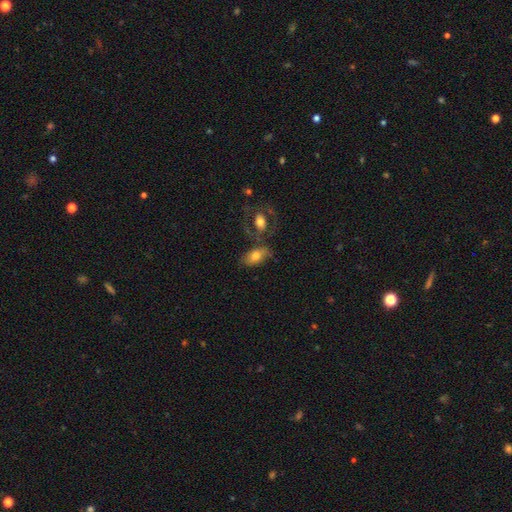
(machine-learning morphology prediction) smooth 69%, featured or disk 23%, star or artifact 8%. Down the decision tree: how rounded — in between (90%); merging — none (57%).